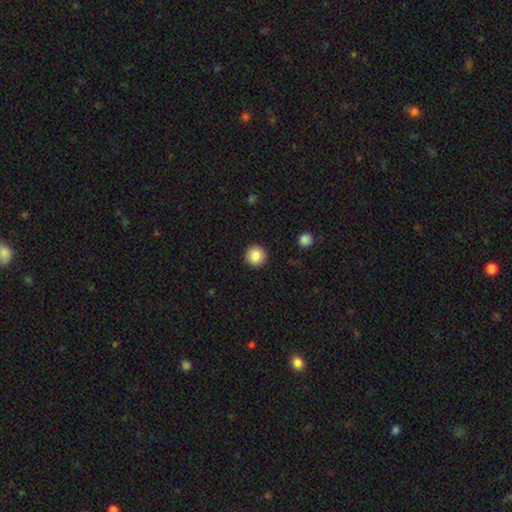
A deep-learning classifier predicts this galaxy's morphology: Q: Smooth or featured?
A: smooth (86%); runner-up: star or artifact (9%)
Q: How rounded?
A: round (96%); runner-up: in between (3%)
Q: Merging?
A: none (93%); runner-up: minor disturbance (4%)